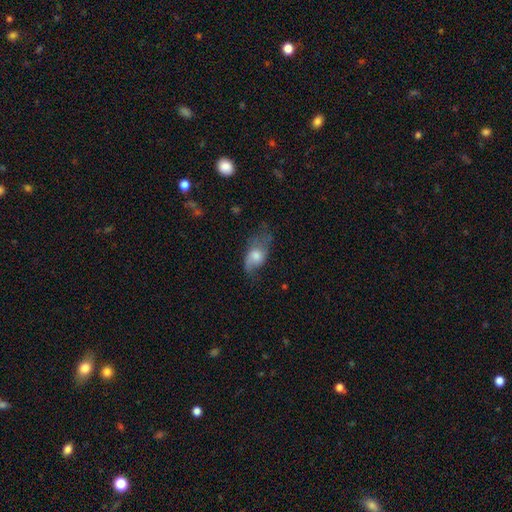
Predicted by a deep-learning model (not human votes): This is possibly a smooth galaxy (51%). How rounded: clearly in between (84%). Merging: marginally none (41%).